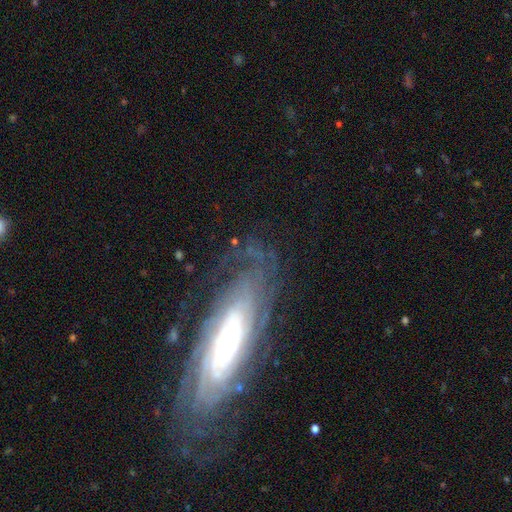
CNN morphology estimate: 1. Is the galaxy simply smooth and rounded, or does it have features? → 80% featured or disk, 12% smooth, 8% star or artifact.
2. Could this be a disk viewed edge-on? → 86% no, 14% yes.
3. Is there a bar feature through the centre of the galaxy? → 60% no, 25% weak, 15% strong.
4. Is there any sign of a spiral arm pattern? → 93% yes, 7% no.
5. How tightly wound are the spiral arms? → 70% tight, 23% medium, 7% loose.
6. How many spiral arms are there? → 47% can't tell, 15% 2, 12% 4, 11% 3, 9% more than 4, 6% 1.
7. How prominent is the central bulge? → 33% moderate, 32% small, 25% large, 6% none, 5% dominant.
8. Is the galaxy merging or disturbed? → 72% none, 16% minor disturbance, 10% major disturbance, 2% merger.